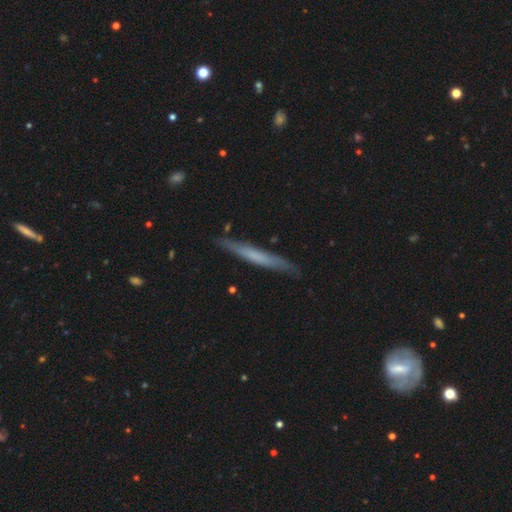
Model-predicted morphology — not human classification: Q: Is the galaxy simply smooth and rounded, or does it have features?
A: smooth — 51%.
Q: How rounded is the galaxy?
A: cigar-shaped — 96%.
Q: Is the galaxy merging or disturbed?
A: none — 84%.